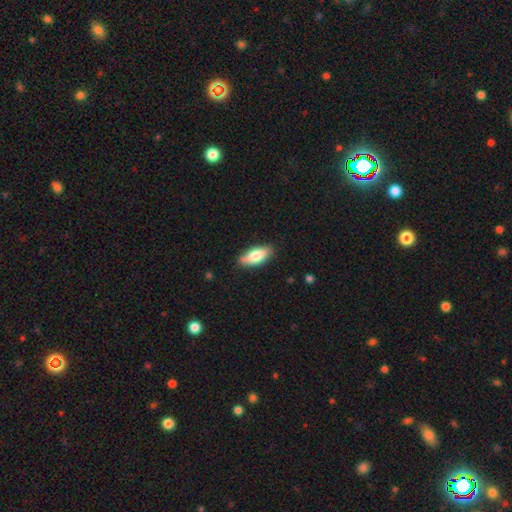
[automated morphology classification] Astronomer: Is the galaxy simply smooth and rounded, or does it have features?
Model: smooth — 77%.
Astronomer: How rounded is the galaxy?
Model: in between — 83%.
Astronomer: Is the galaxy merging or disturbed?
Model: none — 83%.